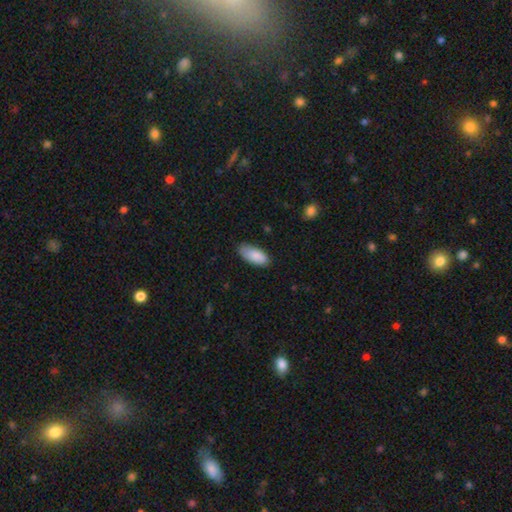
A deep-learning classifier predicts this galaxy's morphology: This appears to be a smooth galaxy with no disk features (87%) that is in between round and cigar-shaped (89%). Merging: none (76%).